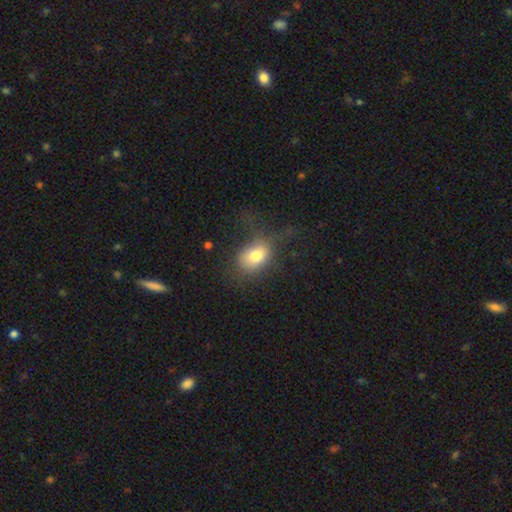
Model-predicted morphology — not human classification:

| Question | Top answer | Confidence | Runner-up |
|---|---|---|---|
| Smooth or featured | smooth | 75% | featured or disk (13%) |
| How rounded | in between | 67% | round (32%) |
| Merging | none | 52% | major disturbance (24%) |